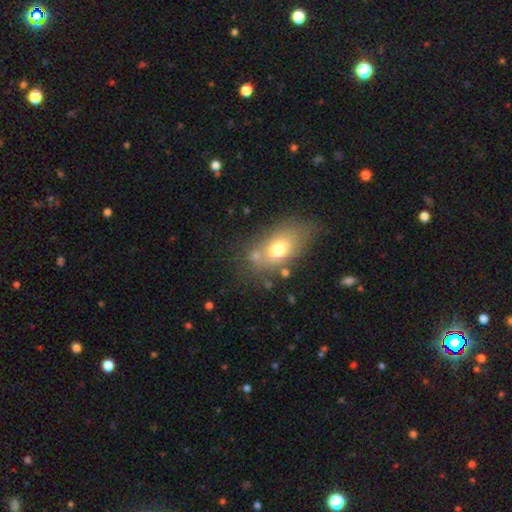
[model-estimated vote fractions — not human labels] smooth-or-featured: smooth: 70% | featured or disk: 20% | star or artifact: 10%
  how-rounded: in between: 83% | round: 12% | cigar-shaped: 5%
  merging: none: 64% | minor disturbance: 18% | merger: 11% | major disturbance: 8%